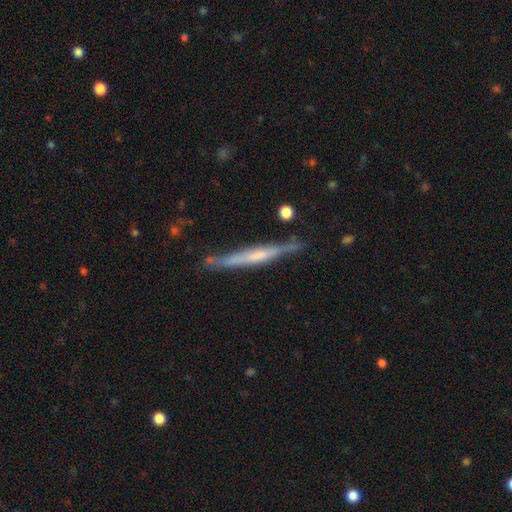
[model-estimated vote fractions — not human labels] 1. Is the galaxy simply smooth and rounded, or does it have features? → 63% featured or disk, 31% smooth, 6% star or artifact.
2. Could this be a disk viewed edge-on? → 95% yes, 5% no.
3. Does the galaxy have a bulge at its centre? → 43% none, 33% rounded, 24% boxy.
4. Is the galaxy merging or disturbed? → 76% none, 17% minor disturbance, 4% major disturbance, 3% merger.